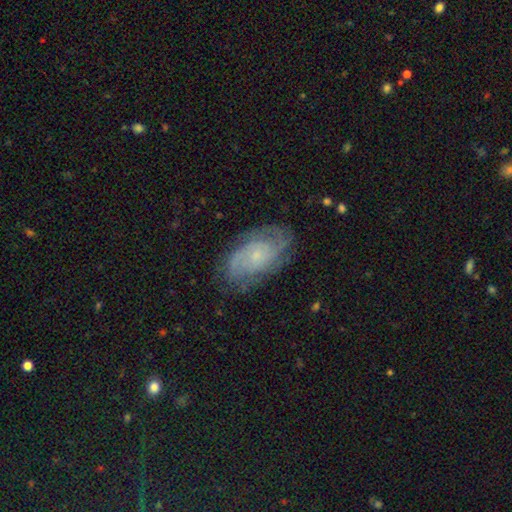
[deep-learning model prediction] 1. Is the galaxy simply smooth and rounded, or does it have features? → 78% featured or disk, 15% smooth, 7% star or artifact.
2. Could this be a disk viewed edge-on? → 96% no, 4% yes.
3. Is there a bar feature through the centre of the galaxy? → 74% no, 22% weak, 4% strong.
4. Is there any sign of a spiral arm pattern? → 94% yes, 6% no.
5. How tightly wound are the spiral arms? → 56% tight, 35% medium, 9% loose.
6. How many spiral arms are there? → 39% 2, 29% can't tell, 16% 3, 6% 4, 5% 1, 4% more than 4.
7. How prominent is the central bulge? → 75% small, 16% moderate, 7% none, 2% large, 1% dominant.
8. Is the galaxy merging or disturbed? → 75% none, 18% minor disturbance, 6% major disturbance, 1% merger.